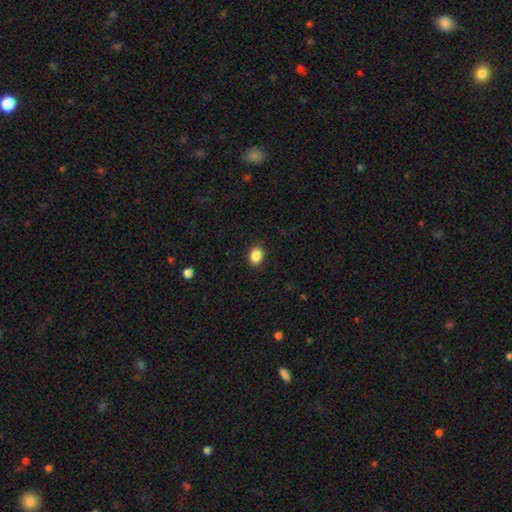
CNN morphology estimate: Smooth or featured: smooth — 88% (star or artifact — 9%)
How rounded: in between — 64% (round — 35%)
Merging: none — 88% (minor disturbance — 8%)